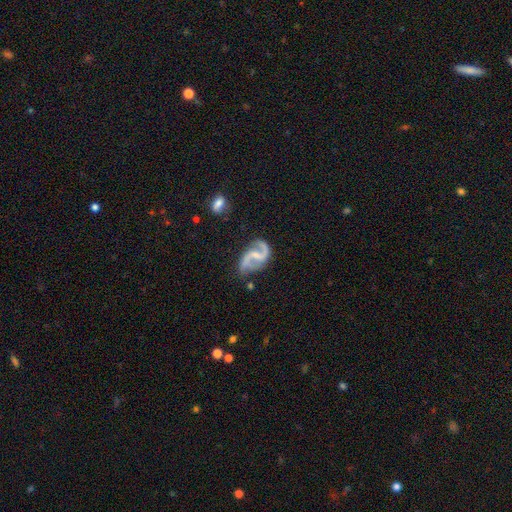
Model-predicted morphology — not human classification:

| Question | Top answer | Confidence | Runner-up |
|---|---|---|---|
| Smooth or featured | featured or disk | 92% | smooth (4%) |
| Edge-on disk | no | 98% | yes (2%) |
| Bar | weak | 46% | no (32%) |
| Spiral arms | yes | 97% | no (3%) |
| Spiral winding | loose | 56% | medium (37%) |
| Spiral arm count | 2 | 94% | 1 (2%) |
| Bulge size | small | 47% | none (30%) |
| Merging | none | 67% | minor disturbance (19%) |